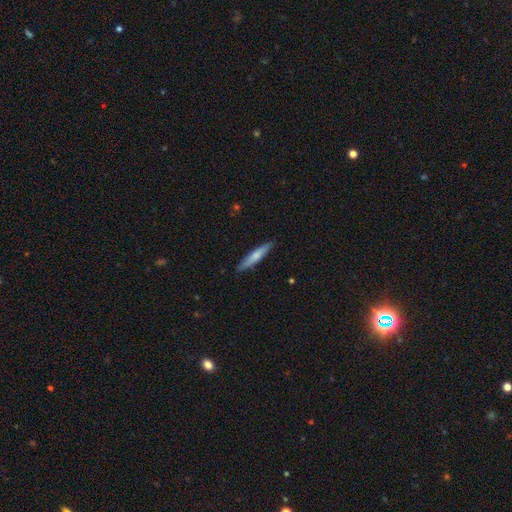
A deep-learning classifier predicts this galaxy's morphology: This is likely a smooth galaxy (67%). How rounded: clearly cigar-shaped (91%). Merging: clearly none (88%).